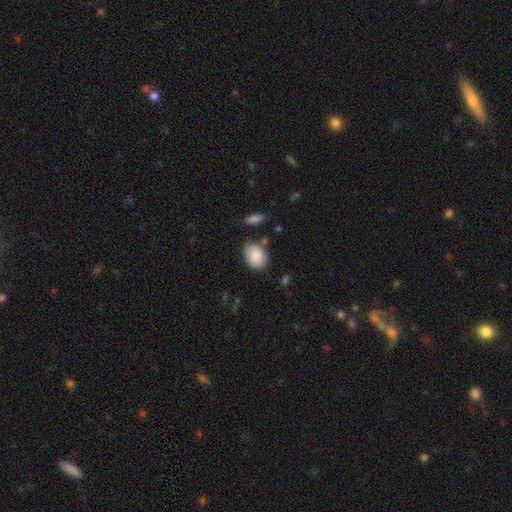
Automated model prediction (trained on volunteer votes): Q: Smooth or featured?
A: smooth (87%); runner-up: star or artifact (7%)
Q: How rounded?
A: in between (76%); runner-up: round (23%)
Q: Merging?
A: none (67%); runner-up: minor disturbance (22%)